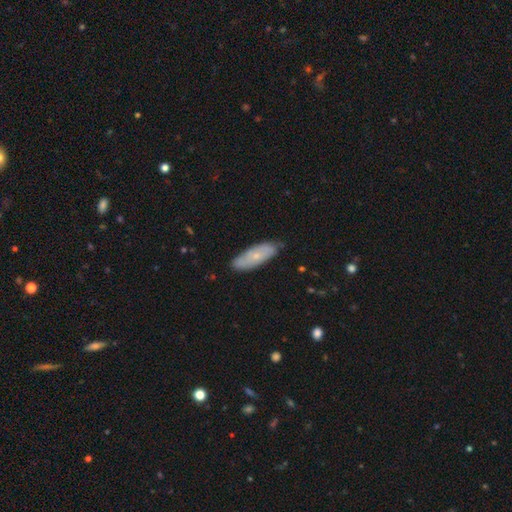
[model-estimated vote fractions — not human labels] A smooth galaxy with no disk features (54%) that is in between round and cigar-shaped (64%).

Vote fractions:
- Smooth or featured? smooth: 54% / featured or disk: 40% / star or artifact: 6%
- How rounded? in between: 64% / cigar-shaped: 34% / round: 2%
- Merging? none: 78% / minor disturbance: 18% / major disturbance: 3% / merger: 1%